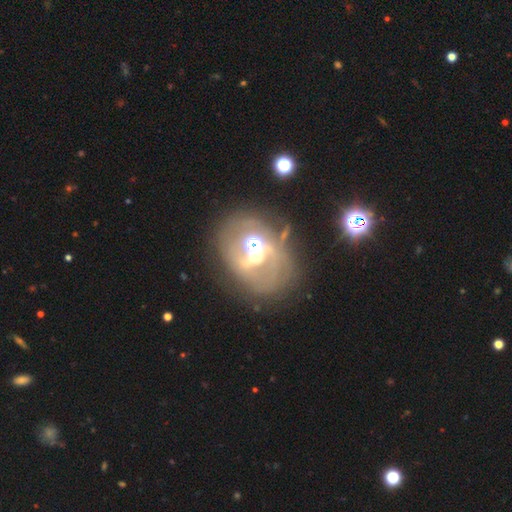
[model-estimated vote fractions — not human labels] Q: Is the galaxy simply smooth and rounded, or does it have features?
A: featured or disk — 58%.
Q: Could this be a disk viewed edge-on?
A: no — 94%.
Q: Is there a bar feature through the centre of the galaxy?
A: no — 48%.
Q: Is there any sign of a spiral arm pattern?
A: no — 55%.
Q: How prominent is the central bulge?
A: moderate — 53%.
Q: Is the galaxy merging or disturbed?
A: none — 52%.